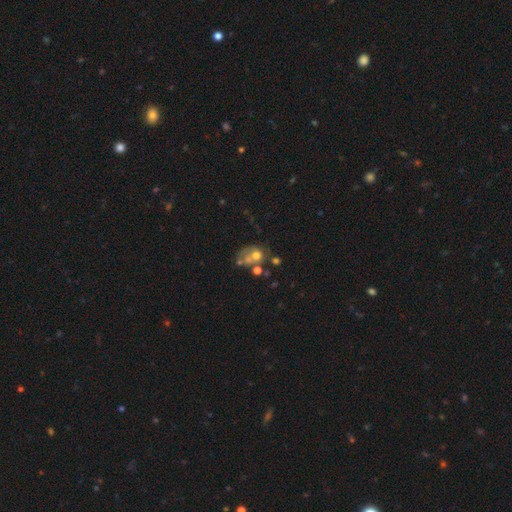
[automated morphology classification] smooth_or_featured: smooth (p=0.46) [alt: featured or disk p=0.41]
merging: merger (p=0.35) [alt: none p=0.25]